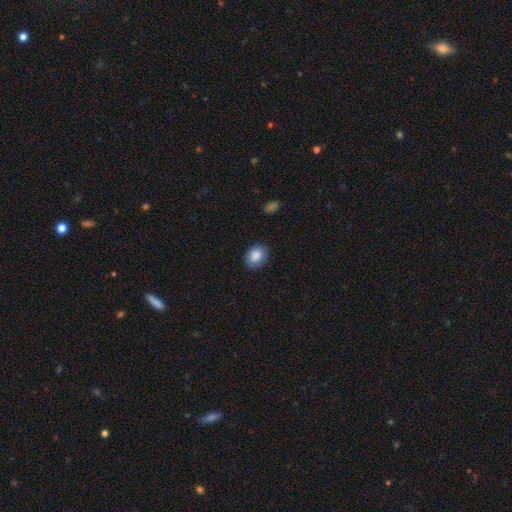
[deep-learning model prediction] This is clearly a smooth galaxy (87%). How rounded: possibly in between (59%). Merging: clearly none (86%).